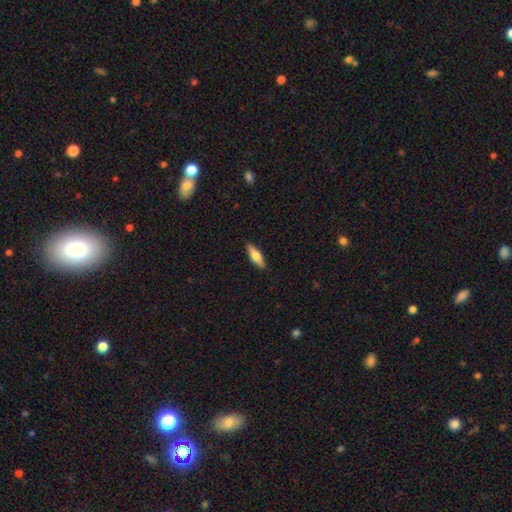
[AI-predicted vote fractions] This appears to be a smooth galaxy with no disk features (62%) that is in between round and cigar-shaped (51%). Merging: none (89%).